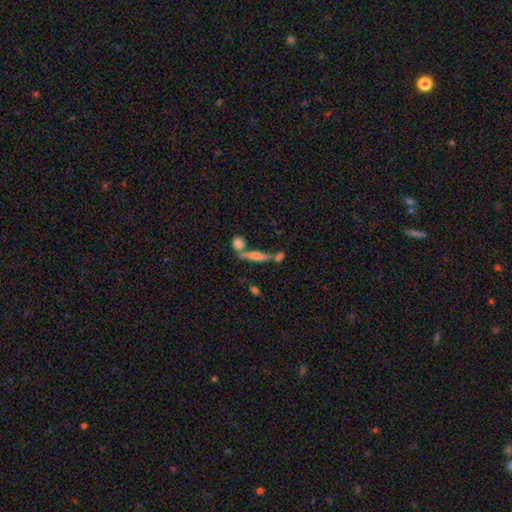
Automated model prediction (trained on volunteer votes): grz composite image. It shows a featured or disk galaxy (54%) viewed edge-on (89%). Merging: none (62%).